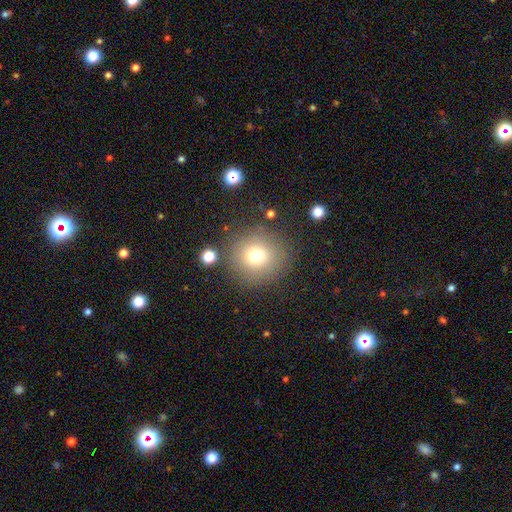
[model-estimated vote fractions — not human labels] smooth 73%, star or artifact 16%, featured or disk 11%. Down the decision tree: how rounded — round (92%); merging — none (83%).